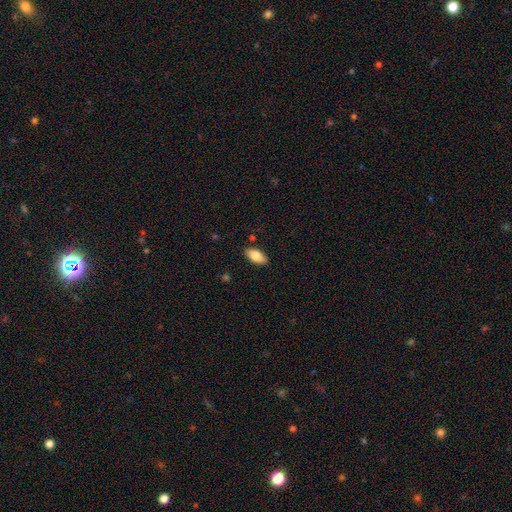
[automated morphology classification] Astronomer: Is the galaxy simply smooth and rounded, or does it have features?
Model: smooth — 82%.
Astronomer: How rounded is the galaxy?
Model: in between — 90%.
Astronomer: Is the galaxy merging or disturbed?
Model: none — 87%.